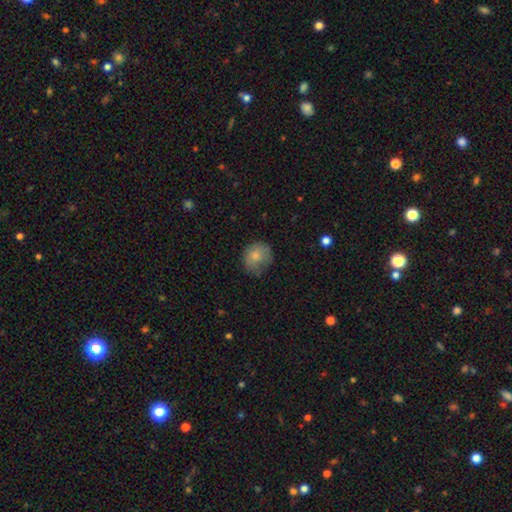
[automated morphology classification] Smooth or featured? smooth (78%)
How rounded? round (76%)
Merging? none (61%)